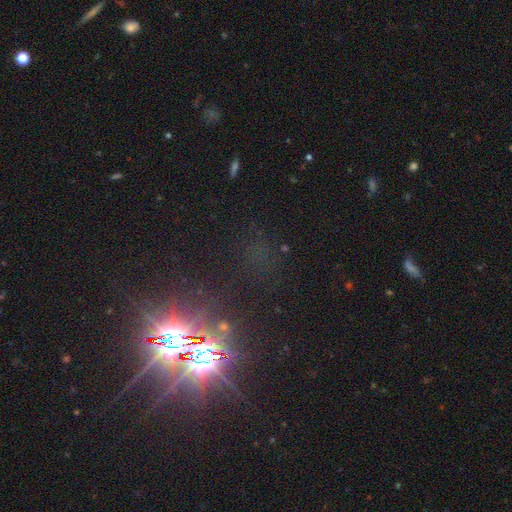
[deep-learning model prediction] Morphology: type=star or artifact (80%).